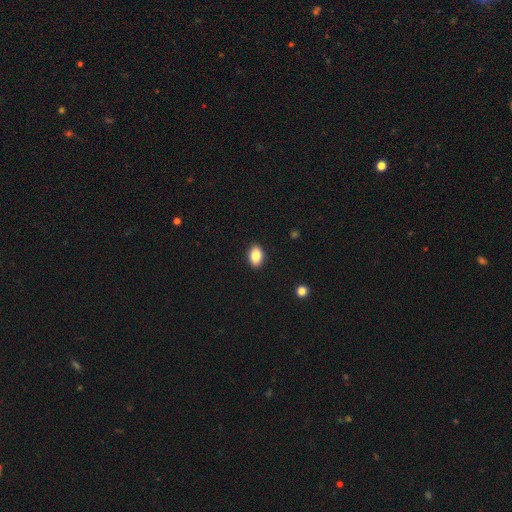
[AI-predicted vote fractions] This appears to be a smooth galaxy with no disk features (84%) that is in between round and cigar-shaped (84%). Merging: none (90%).